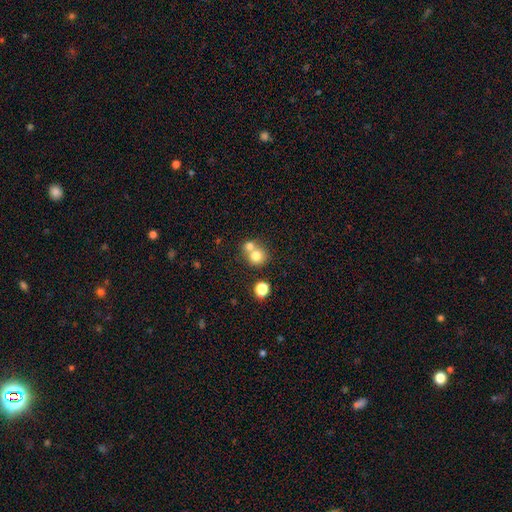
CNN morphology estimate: The model was most divided on "merging": merger: 51%, none: 41%, minor disturbance: 6%, major disturbance: 3%. More confident: how rounded — round (84%); smooth or featured — smooth (75%).